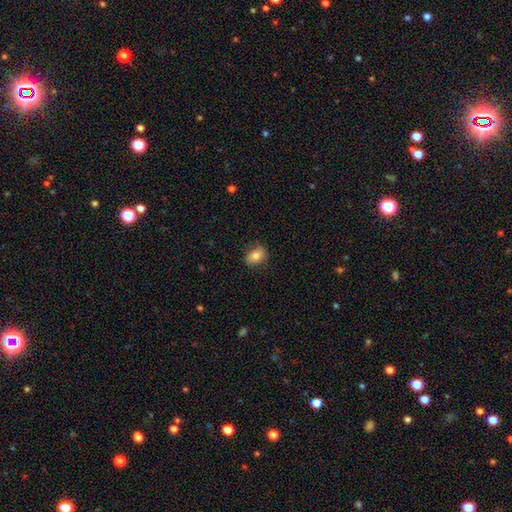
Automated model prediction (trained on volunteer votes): Smooth or featured?
  - smooth: 78% *
  - featured or disk: 13%
  - star or artifact: 9%
How rounded?
  - in between: 73% *
  - round: 25%
  - cigar-shaped: 2%
Merging?
  - none: 79% *
  - minor disturbance: 16%
  - major disturbance: 4%
  - merger: 1%